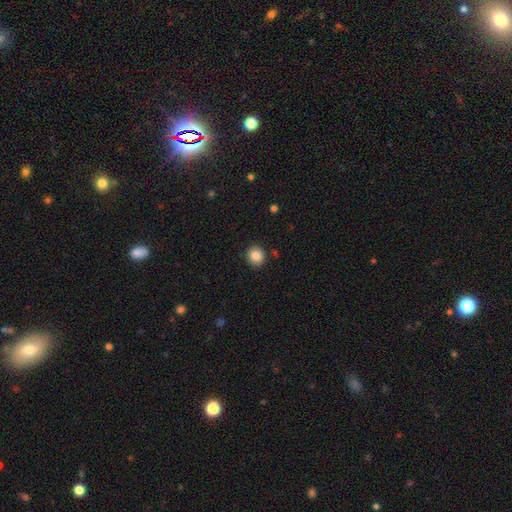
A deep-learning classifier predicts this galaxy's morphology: This is clearly a smooth galaxy (85%). How rounded: clearly round (85%). Merging: clearly none (90%).